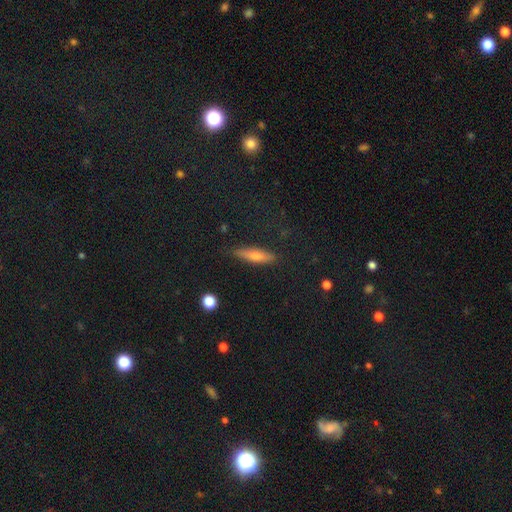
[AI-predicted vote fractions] Smooth or featured? smooth (49%)
Merging? none (85%)